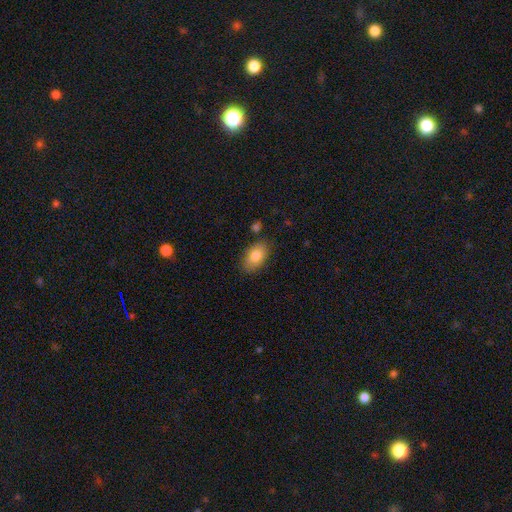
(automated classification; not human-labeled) Q: Smooth or featured?
A: smooth (81%); runner-up: featured or disk (12%)
Q: How rounded?
A: in between (91%); runner-up: round (7%)
Q: Merging?
A: none (81%); runner-up: minor disturbance (13%)